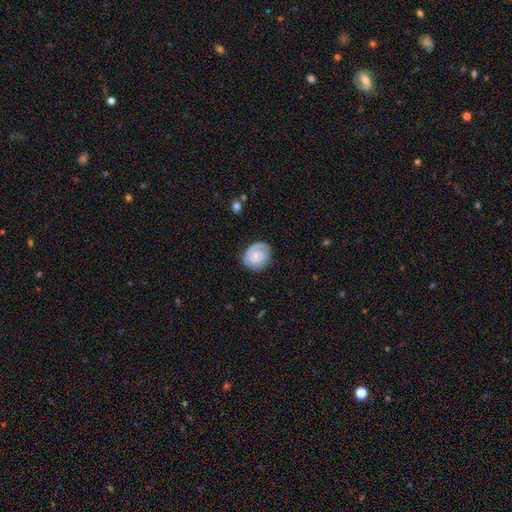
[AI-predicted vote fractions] Morphology: type=featured or disk (65%); edge-on=no (98%); bar=no (64%); spiral arms=yes (92%); winding=tight (66%); arm count=2 (47%); bulge=small (59%); merging=none (76%).